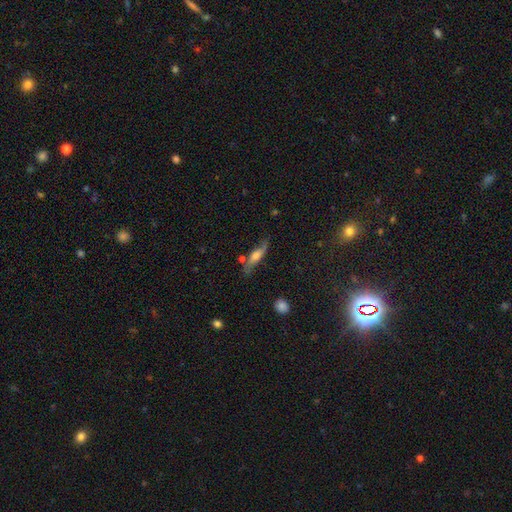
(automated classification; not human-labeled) Smooth or featured?
  - featured or disk: 52% *
  - smooth: 39%
  - star or artifact: 9%
Edge-on disk?
  - yes: 59% *
  - no: 41%
Merging?
  - none: 58% *
  - minor disturbance: 25%
  - major disturbance: 11%
  - merger: 6%